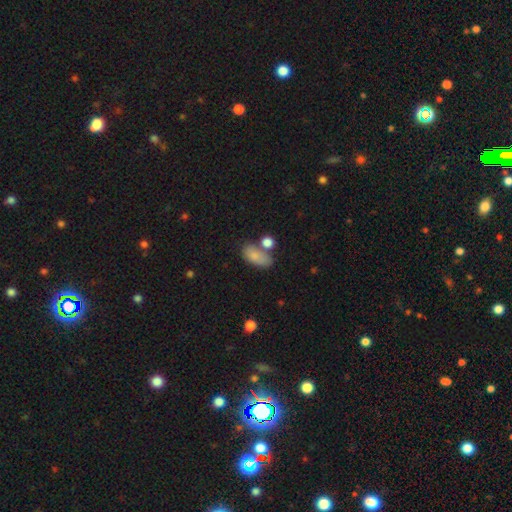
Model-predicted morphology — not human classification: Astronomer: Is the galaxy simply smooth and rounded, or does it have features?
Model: smooth — 80%.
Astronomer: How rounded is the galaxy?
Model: in between — 90%.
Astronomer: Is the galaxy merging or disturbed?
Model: none — 50%.